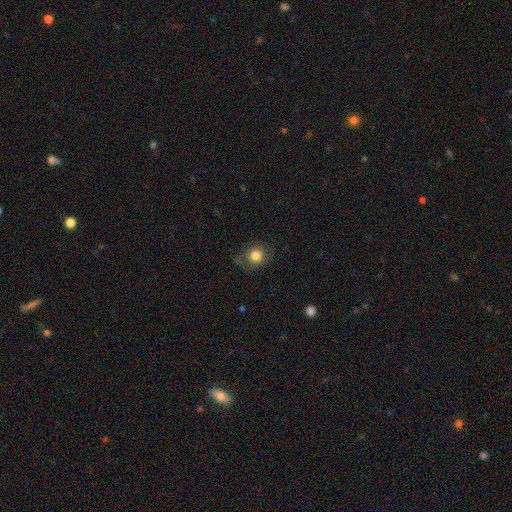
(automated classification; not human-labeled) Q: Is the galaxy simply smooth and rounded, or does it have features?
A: smooth — 80%.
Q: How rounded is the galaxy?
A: round — 80%.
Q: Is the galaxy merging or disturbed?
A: none — 72%.